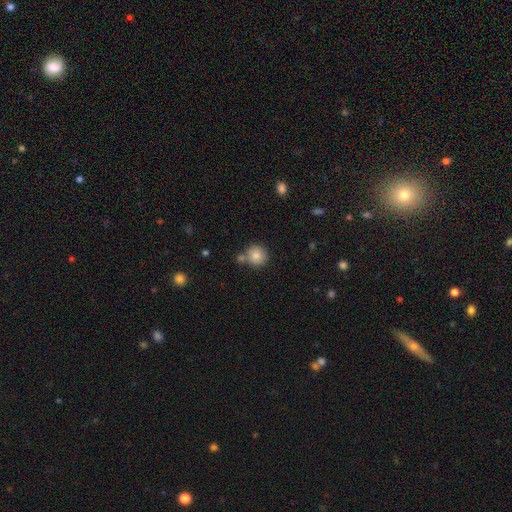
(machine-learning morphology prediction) A smooth galaxy with no disk features (84%) that is round (92%).

Vote fractions:
- Smooth or featured? smooth: 84% / star or artifact: 9% / featured or disk: 7%
- How rounded? round: 92% / in between: 7% / cigar-shaped: 1%
- Merging? none: 69% / merger: 18% / minor disturbance: 10% / major disturbance: 3%